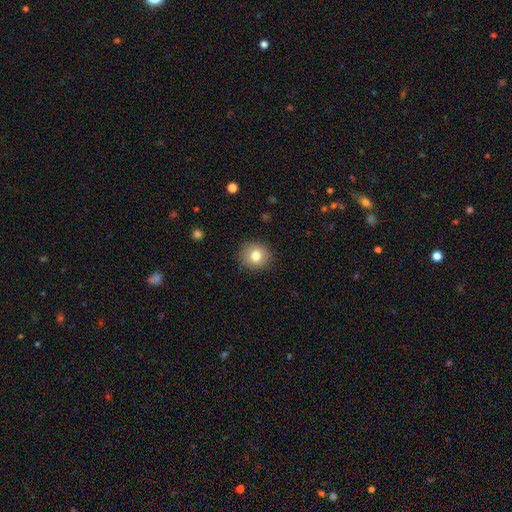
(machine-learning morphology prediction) smooth-or-featured: smooth: 80% | featured or disk: 10% | star or artifact: 10%
  how-rounded: round: 86% | in between: 13% | cigar-shaped: 1%
  merging: none: 90% | minor disturbance: 7% | major disturbance: 2% | merger: 1%